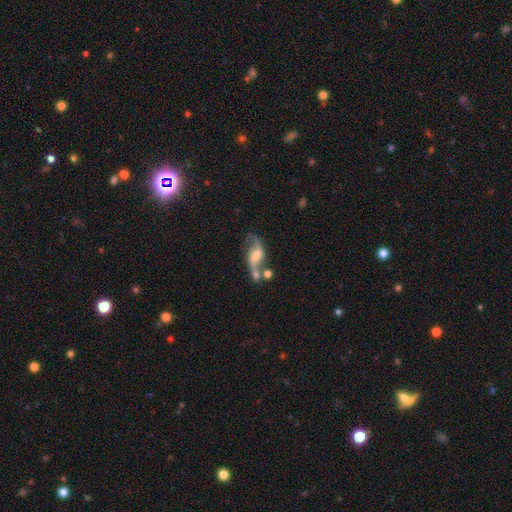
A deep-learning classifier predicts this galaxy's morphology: A featured or disk galaxy (73%) with no bar (46%), 2 (88%) loose (79%) spiral arms (89%) and a moderate central bulge (41%).

Vote fractions:
- Smooth or featured? featured or disk: 73% / smooth: 19% / star or artifact: 8%
- Edge-on disk? no: 93% / yes: 7%
- Bar? no: 46% / weak: 39% / strong: 15%
- Spiral arms? yes: 89% / no: 11%
- Spiral winding? loose: 79% / medium: 17% / tight: 4%
- Spiral arm count? 2: 88% / 1: 6% / can't tell: 3% / 3: 1% / 4: 1% / more than 4: 1%
- Bulge size? moderate: 41% / small: 27% / large: 17% / none: 12% / dominant: 3%
- Merging? none: 41% / merger: 28% / minor disturbance: 17% / major disturbance: 14%